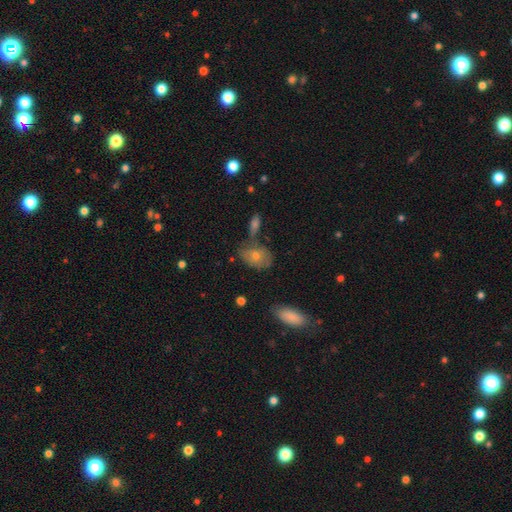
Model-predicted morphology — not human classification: Smooth or featured: smooth — 58% (featured or disk — 30%)
How rounded: in between — 78% (round — 20%)
Merging: none — 57% (minor disturbance — 20%)